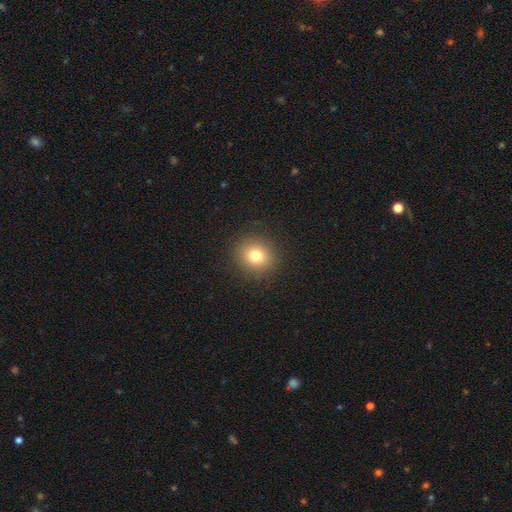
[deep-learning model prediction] A smooth galaxy with no disk features (78%) that is round (87%). Merging: none (90%).